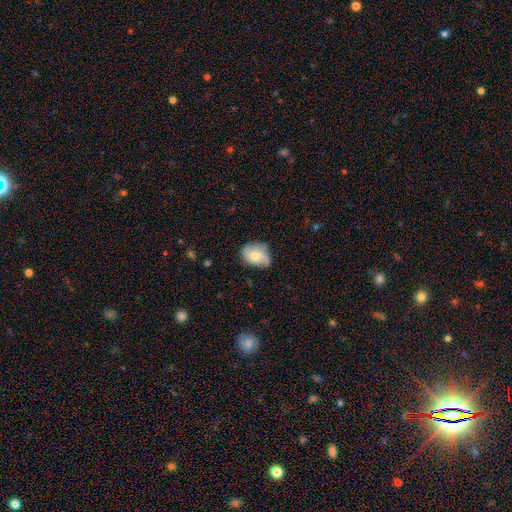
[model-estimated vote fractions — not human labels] This appears to be a smooth galaxy with no disk features (54%) that is in between round and cigar-shaped (68%). Merging: none (61%).